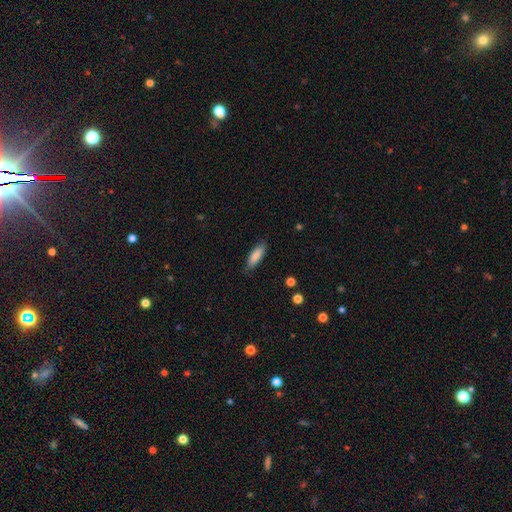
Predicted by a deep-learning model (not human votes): Morphology: type=smooth (86%); roundness=in between (50%); merging=none (83%).